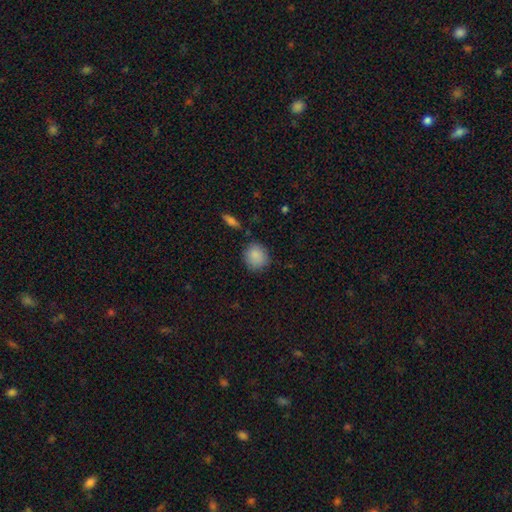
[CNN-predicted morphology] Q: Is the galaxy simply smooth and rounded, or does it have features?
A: smooth — 87%.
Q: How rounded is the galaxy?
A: round — 82%.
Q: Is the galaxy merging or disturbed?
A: none — 80%.